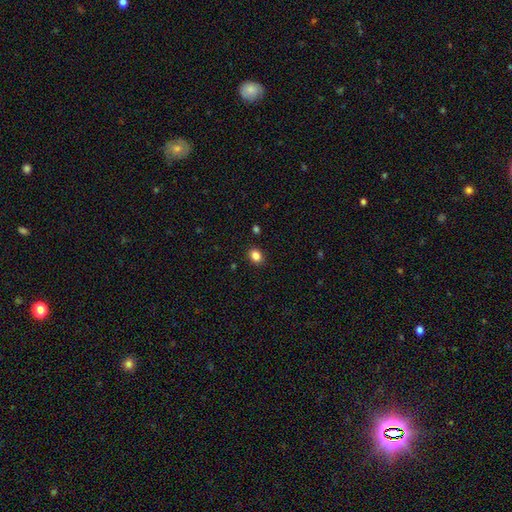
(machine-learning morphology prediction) This appears to be a smooth galaxy with no disk features (86%) that is in between round and cigar-shaped (55%). Merging: none (88%).